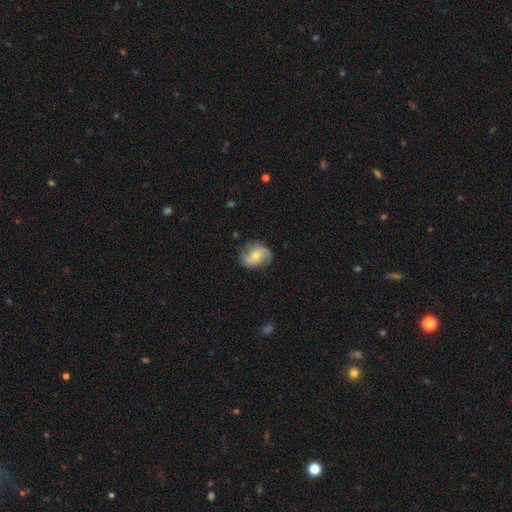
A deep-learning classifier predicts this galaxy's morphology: Smooth or featured?
  - featured or disk: 72% *
  - smooth: 21%
  - star or artifact: 7%
Edge-on disk?
  - no: 97% *
  - yes: 3%
Bar?
  - no: 60% *
  - weak: 32%
  - strong: 8%
Spiral arms?
  - yes: 93% *
  - no: 7%
Spiral winding?
  - medium: 45% *
  - loose: 35%
  - tight: 20%
Spiral arm count?
  - 2: 74% *
  - 3: 11%
  - can't tell: 8%
  - 1: 3%
  - 4: 2%
  - more than 4: 2%
Bulge size?
  - moderate: 56% *
  - small: 38%
  - large: 4%
  - none: 2%
  - dominant: 1%
Merging?
  - none: 76% *
  - minor disturbance: 17%
  - major disturbance: 6%
  - merger: 1%